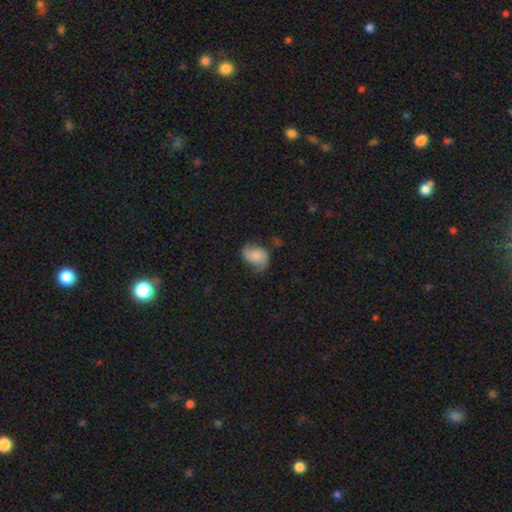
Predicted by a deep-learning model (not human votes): A smooth galaxy with no disk features (52%) that is in between round and cigar-shaped (73%).

Vote fractions:
- Smooth or featured? smooth: 52% / featured or disk: 39% / star or artifact: 9%
- How rounded? in between: 73% / round: 26% / cigar-shaped: 1%
- Merging? none: 53% / minor disturbance: 30% / major disturbance: 14% / merger: 3%